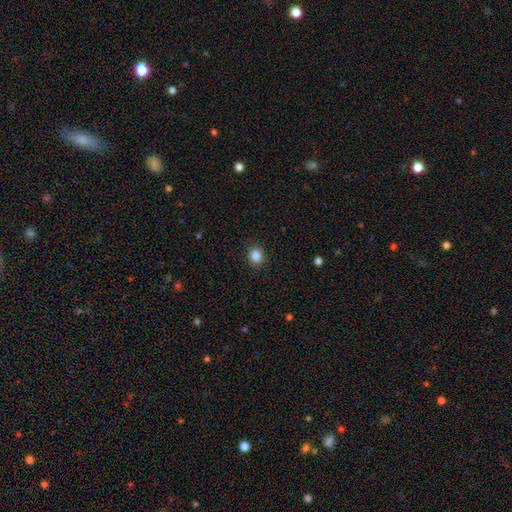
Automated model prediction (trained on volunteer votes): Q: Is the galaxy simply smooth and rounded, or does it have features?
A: smooth — 85%.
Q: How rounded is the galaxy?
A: round — 79%.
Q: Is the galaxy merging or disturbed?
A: none — 90%.